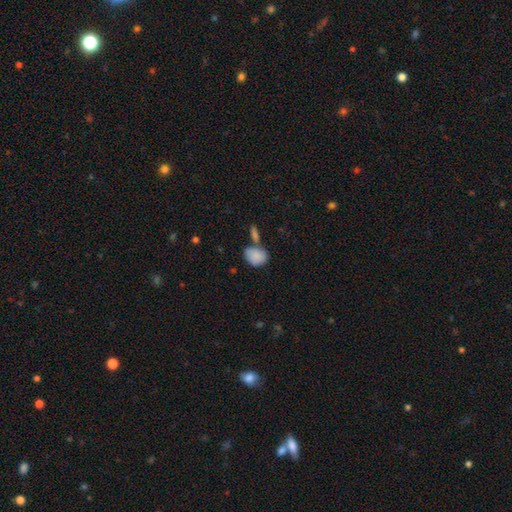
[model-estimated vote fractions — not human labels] Q: Smooth or featured?
A: smooth (86%); runner-up: star or artifact (7%)
Q: How rounded?
A: in between (69%); runner-up: round (30%)
Q: Merging?
A: none (51%); runner-up: merger (25%)